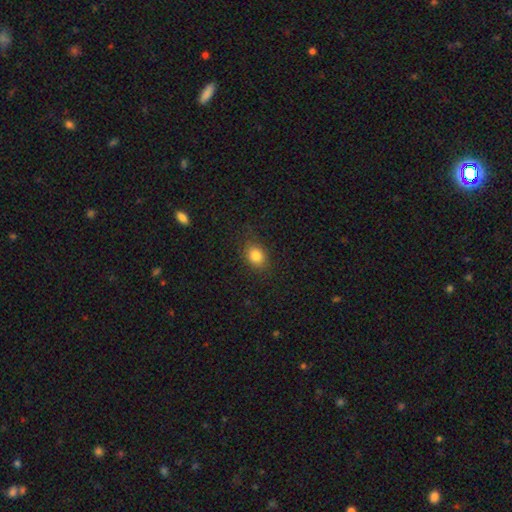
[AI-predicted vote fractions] smooth-or-featured: smooth: 83% | star or artifact: 11% | featured or disk: 6%
  how-rounded: in between: 52% | round: 47% | cigar-shaped: 1%
  merging: none: 82% | minor disturbance: 13% | major disturbance: 4% | merger: 1%